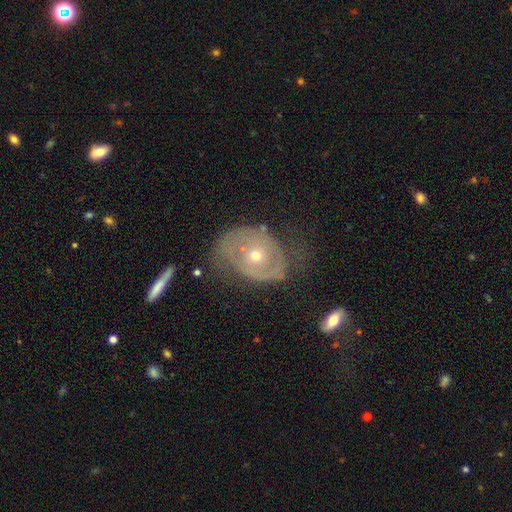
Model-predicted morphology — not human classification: Overall: featured or disk (75%). Edge-on disk: no (95%). Bar: no (75%). Spiral arms: yes (72%). Spiral arm count: 2 (59%; can't tell 26%). Spiral winding: tight (50%; medium 33%). Bulge size: small (52%; moderate 45%). Merging: none (53%; minor disturbance 24%).